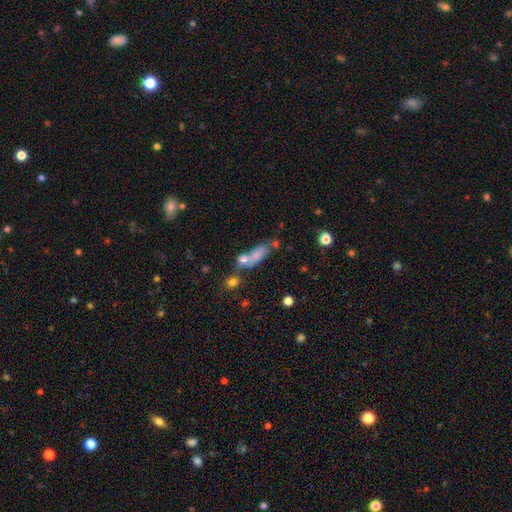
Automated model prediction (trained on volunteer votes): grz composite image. It shows a smooth galaxy with no disk features (69%) that is in between round and cigar-shaped (69%). Merging: merger (40%).